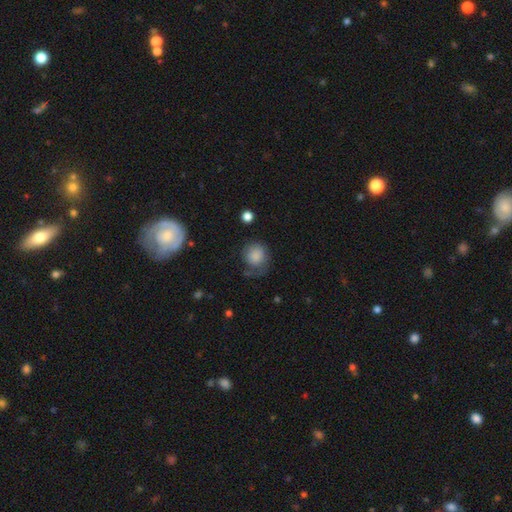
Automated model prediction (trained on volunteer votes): Q: Smooth or featured?
A: smooth (80%); runner-up: featured or disk (12%)
Q: How rounded?
A: round (78%); runner-up: in between (21%)
Q: Merging?
A: none (47%); runner-up: minor disturbance (28%)